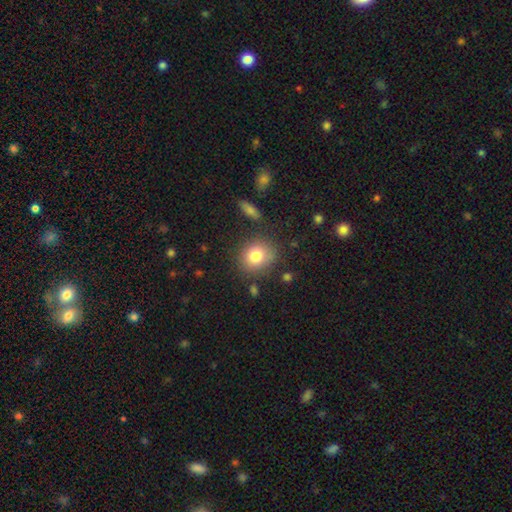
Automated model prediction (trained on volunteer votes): smooth-or-featured: smooth: 80% | featured or disk: 10% | star or artifact: 10%
  how-rounded: round: 73% | in between: 26% | cigar-shaped: 1%
  merging: none: 80% | minor disturbance: 12% | major disturbance: 4% | merger: 4%